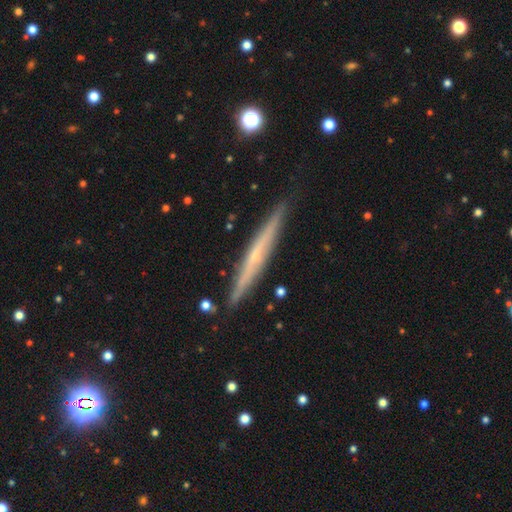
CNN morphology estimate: Smooth or featured? Predicted: featured or disk (p=0.66). Edge-on disk? Predicted: yes (p=0.95). Edge-on bulge? Predicted: none (p=0.49). Merging? Predicted: none (p=0.87).